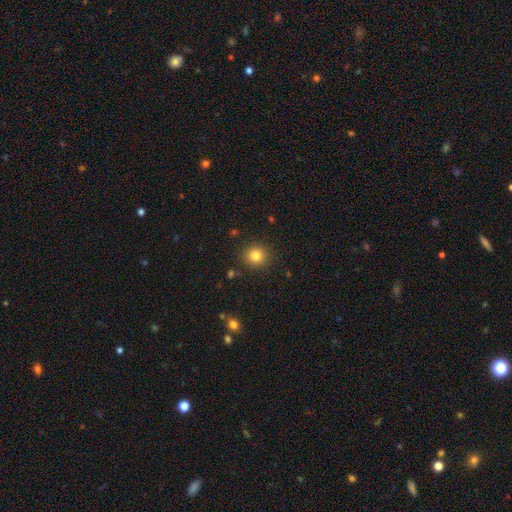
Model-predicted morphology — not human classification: Smooth or featured? smooth (82%)
How rounded? round (90%)
Merging? none (90%)